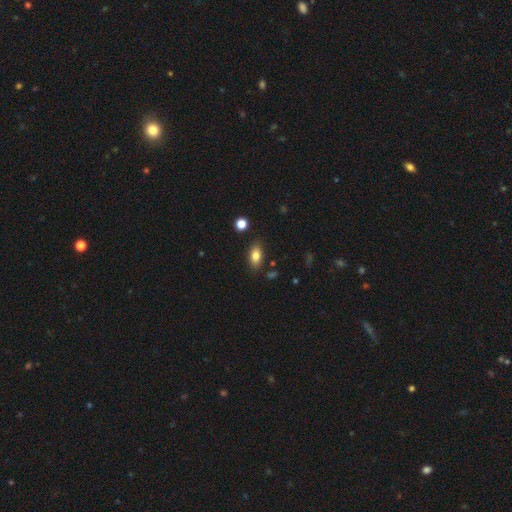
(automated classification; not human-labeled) smooth 81%, featured or disk 11%, star or artifact 9%. Down the decision tree: how rounded — in between (87%); merging — none (83%).